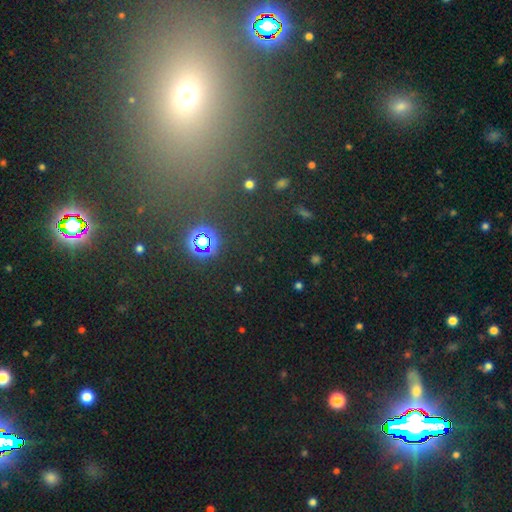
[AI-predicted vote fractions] Smooth or featured?
  - star or artifact: 60% *
  - smooth: 31%
  - featured or disk: 10%